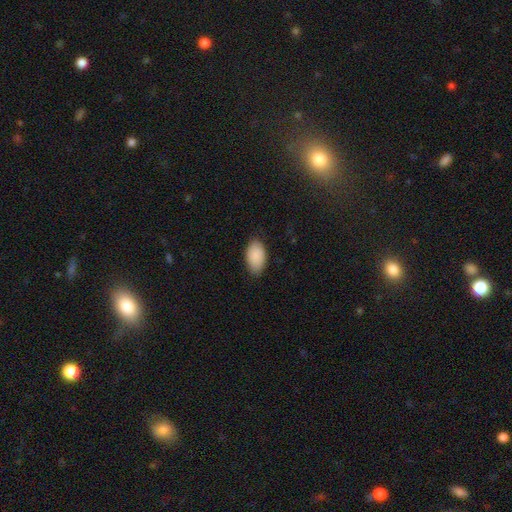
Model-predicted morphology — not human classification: Smooth or featured?
  - smooth: 89% *
  - star or artifact: 6%
  - featured or disk: 5%
How rounded?
  - in between: 95% *
  - round: 4%
  - cigar-shaped: 2%
Merging?
  - none: 81% *
  - minor disturbance: 15%
  - major disturbance: 3%
  - merger: 1%